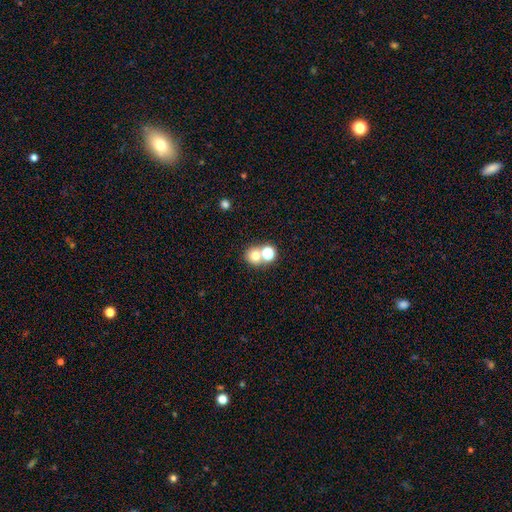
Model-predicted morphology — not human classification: Smooth or featured? smooth (72%)
How rounded? round (84%)
Merging? none (50%)